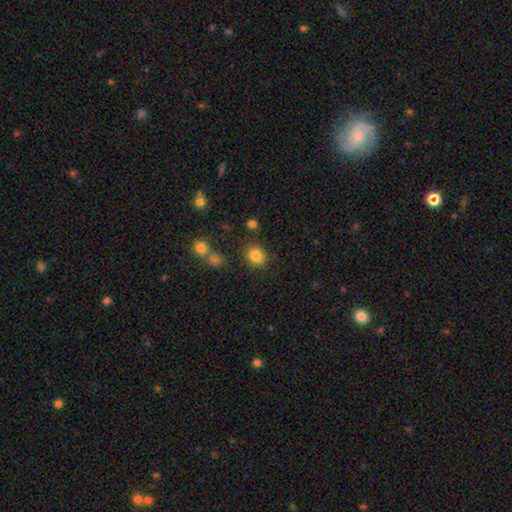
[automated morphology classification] The model was most divided on "how rounded": round: 81%, in between: 18%, cigar-shaped: 1%. More confident: merging — none (84%); smooth or featured — smooth (83%).